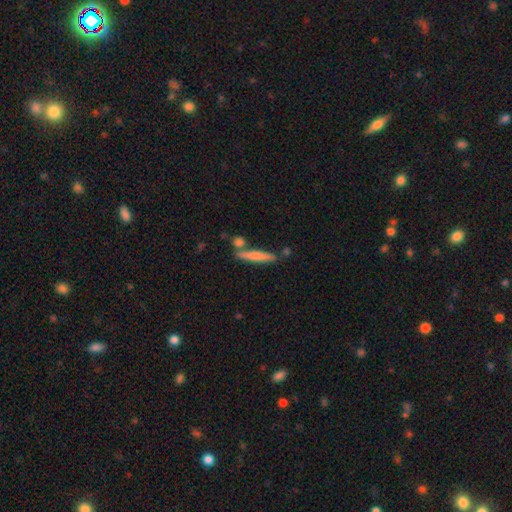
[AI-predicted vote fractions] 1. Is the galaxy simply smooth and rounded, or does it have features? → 64% smooth, 30% featured or disk, 6% star or artifact.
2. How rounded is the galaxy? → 92% cigar-shaped, 6% in between, 2% round.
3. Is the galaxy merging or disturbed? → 74% none, 11% merger, 11% minor disturbance, 3% major disturbance.